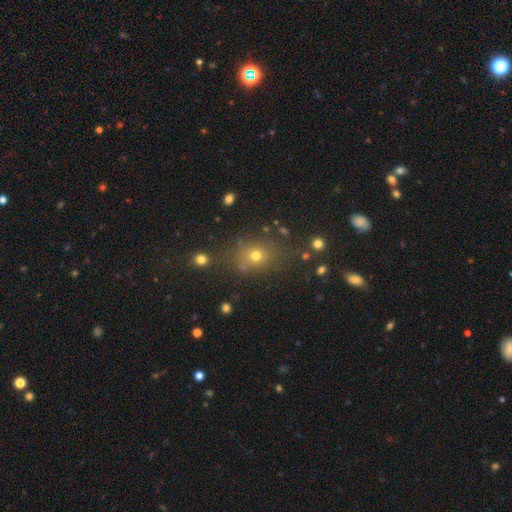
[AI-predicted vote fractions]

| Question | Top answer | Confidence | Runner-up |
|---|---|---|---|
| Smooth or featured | smooth | 68% | star or artifact (22%) |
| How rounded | round | 67% | in between (32%) |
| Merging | none | 75% | minor disturbance (12%) |